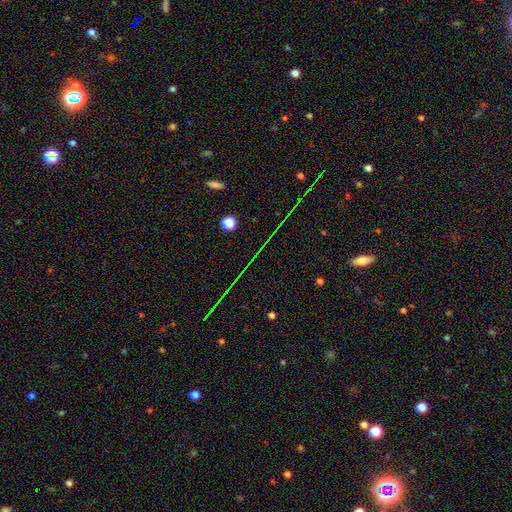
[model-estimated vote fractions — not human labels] A star or artifact, not a galaxy (75%).

Vote fractions:
- Smooth or featured? star or artifact: 75% / smooth: 14% / featured or disk: 11%